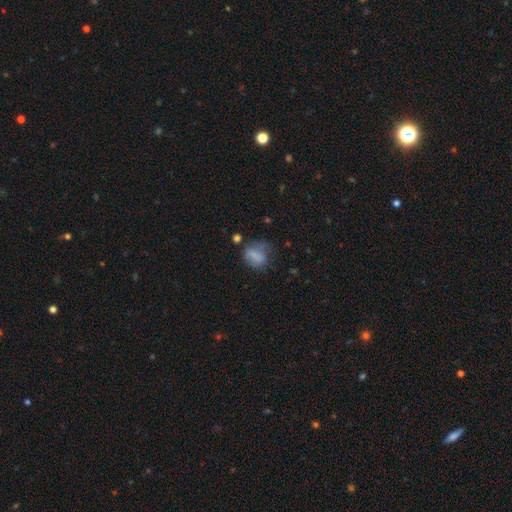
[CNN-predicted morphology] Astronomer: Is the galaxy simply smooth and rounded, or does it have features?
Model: smooth — 68%.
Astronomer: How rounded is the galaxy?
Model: in between — 54% (runner-up: round, 43%).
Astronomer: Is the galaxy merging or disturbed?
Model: none — 40% (runner-up: minor disturbance, 30%).